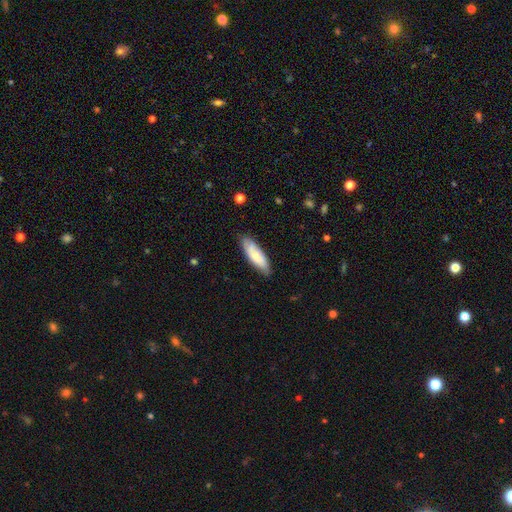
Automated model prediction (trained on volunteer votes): smooth_or_featured: smooth (p=0.69) [alt: featured or disk p=0.25]
how_rounded: in between (p=0.56) [alt: cigar-shaped p=0.43]
merging: none (p=0.79) [alt: minor disturbance p=0.17]